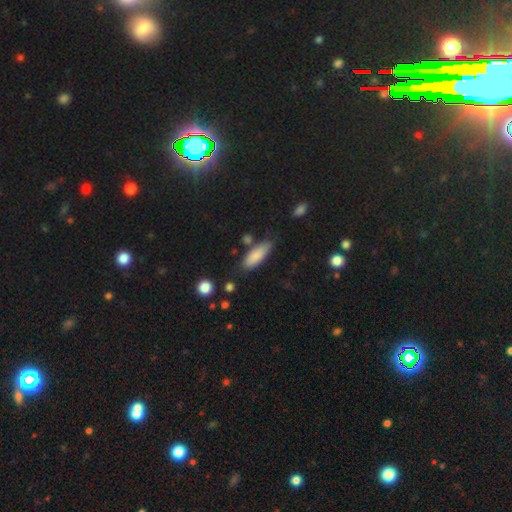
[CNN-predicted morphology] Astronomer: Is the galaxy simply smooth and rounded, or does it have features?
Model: smooth — 84%.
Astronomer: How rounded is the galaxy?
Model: in between — 64%.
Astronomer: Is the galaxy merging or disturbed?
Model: none — 72%.